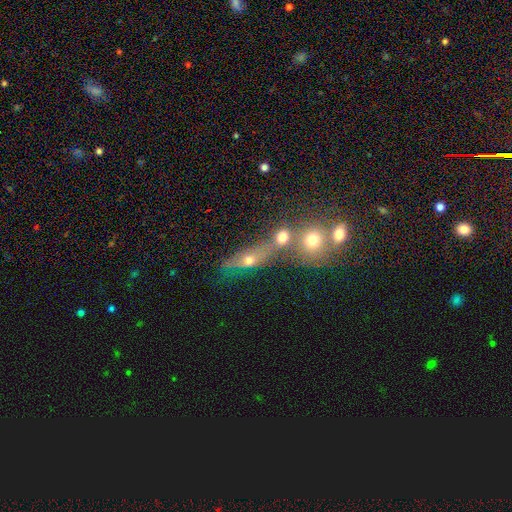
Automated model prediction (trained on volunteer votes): Smooth or featured?
  - smooth: 39% *
  - star or artifact: 37%
  - featured or disk: 24%
Merging?
  - merger: 50% *
  - none: 34%
  - minor disturbance: 9%
  - major disturbance: 7%